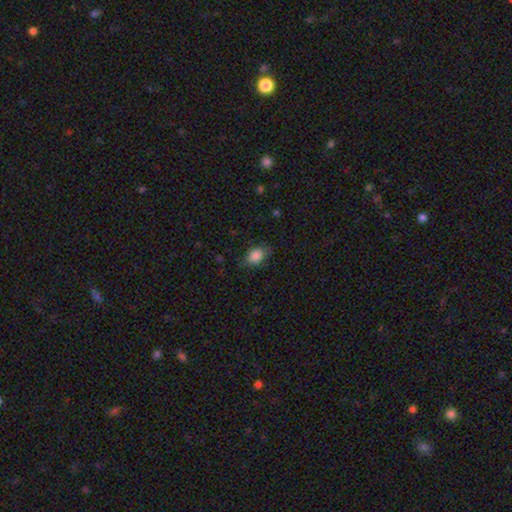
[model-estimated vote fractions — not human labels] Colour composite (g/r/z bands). It shows a smooth galaxy with no disk features (86%) that is in between round and cigar-shaped (77%). Merging: none (74%).